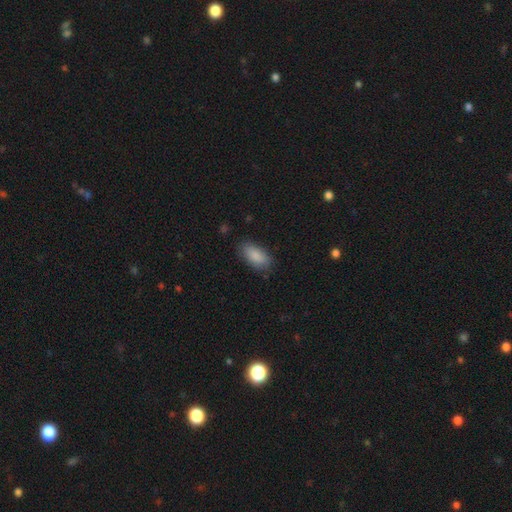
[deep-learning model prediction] smooth-or-featured: smooth: 88% | star or artifact: 6% | featured or disk: 5%
  how-rounded: in between: 90% | cigar-shaped: 7% | round: 3%
  merging: none: 83% | minor disturbance: 13% | major disturbance: 3% | merger: 1%